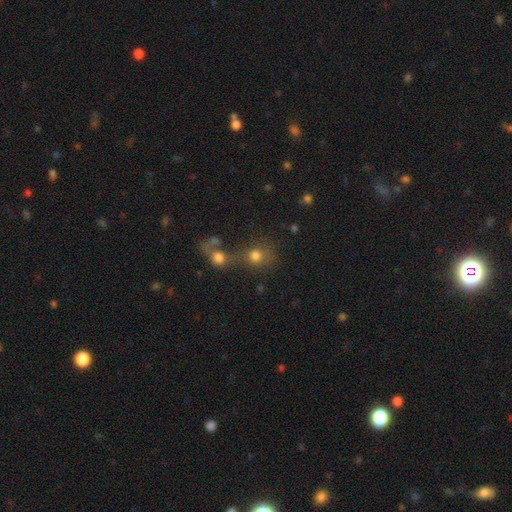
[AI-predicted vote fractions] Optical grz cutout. It shows a smooth galaxy with no disk features (75%) that is round (79%). Merging: merger (55%).